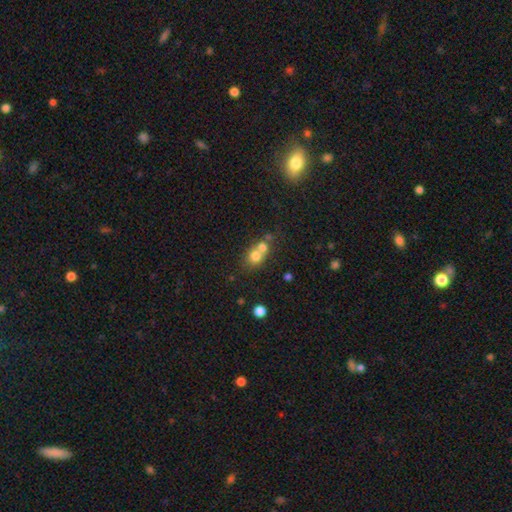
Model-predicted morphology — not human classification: smooth_or_featured: smooth (p=0.72) [alt: featured or disk p=0.15]
how_rounded: round (p=0.74) [alt: in between p=0.25]
merging: merger (p=0.59) [alt: none p=0.31]